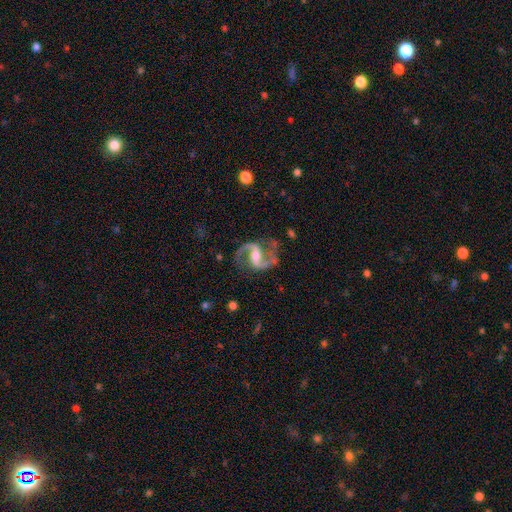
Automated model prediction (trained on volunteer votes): Smooth or featured? Predicted: featured or disk (p=0.93). Edge-on disk? Predicted: no (p=0.98). Bar? Predicted: weak (p=0.42). Spiral arms? Predicted: yes (p=0.98). Spiral winding? Predicted: medium (p=0.58). Spiral arm count? Predicted: 2 (p=0.94). Bulge size? Predicted: moderate (p=0.59). Merging? Predicted: none (p=0.76).